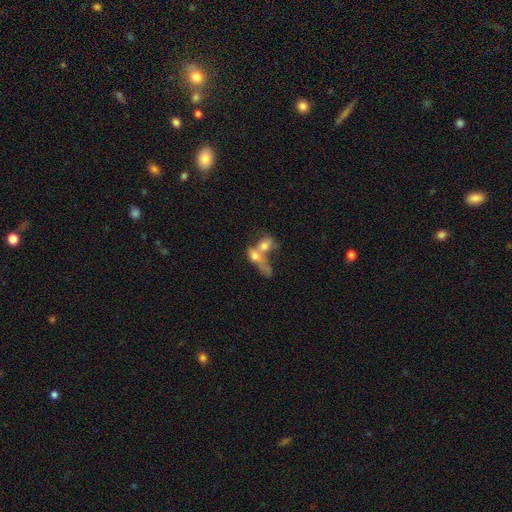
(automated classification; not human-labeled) Smooth or featured? Predicted: smooth (p=0.58). How rounded? Predicted: in between (p=0.59). Merging? Predicted: merger (p=0.77).